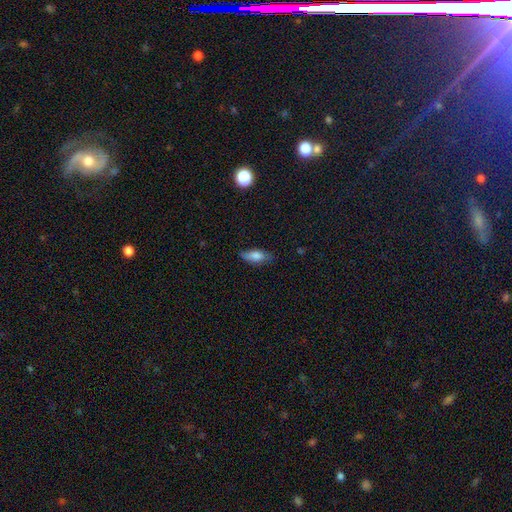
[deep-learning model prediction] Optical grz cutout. It shows a smooth galaxy with no disk features (76%) that is in between round and cigar-shaped (75%). Merging: none (75%).